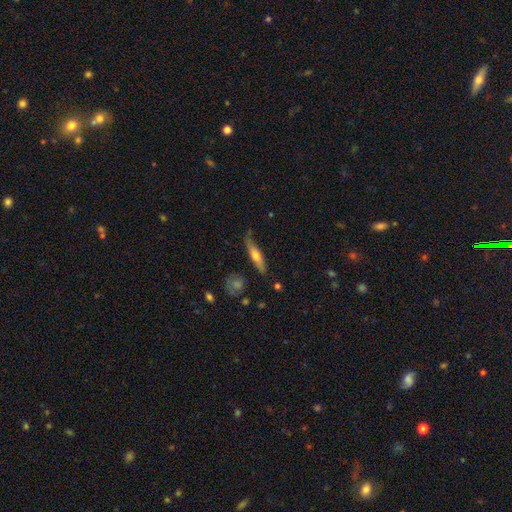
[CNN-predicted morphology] A smooth galaxy with no disk features (56%) that is cigar-shaped (77%). Merging: none (70%).